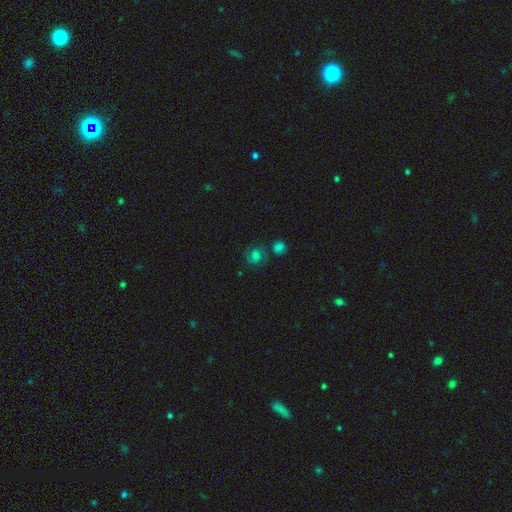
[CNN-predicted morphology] Overall: smooth (42%; featured or disk 41%). Merging: none (65%).